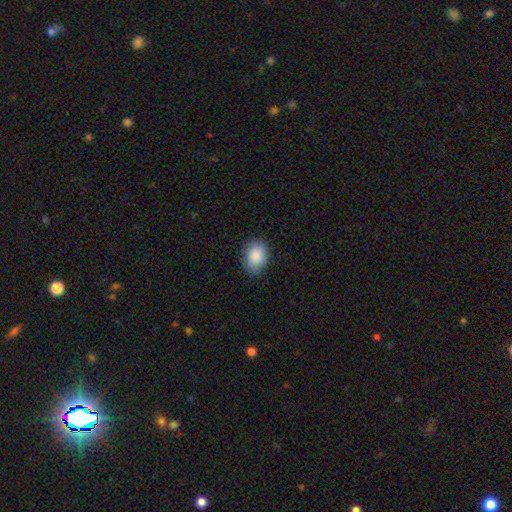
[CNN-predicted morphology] This is clearly a smooth galaxy (88%). How rounded: likely in between (72%). Merging: clearly none (84%).